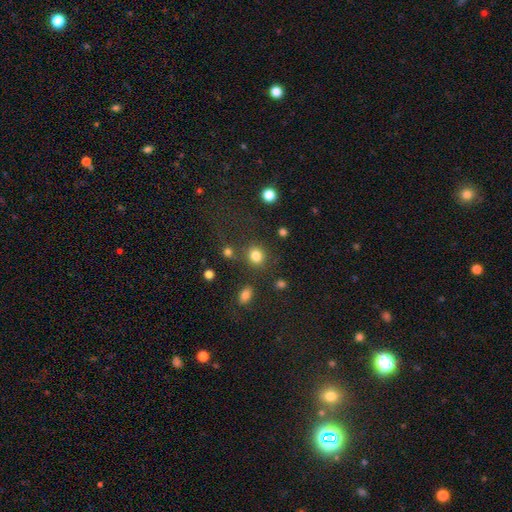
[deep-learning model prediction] Smooth or featured?
  - smooth: 82% *
  - star or artifact: 13%
  - featured or disk: 6%
How rounded?
  - round: 76% *
  - in between: 23%
  - cigar-shaped: 1%
Merging?
  - none: 75% *
  - minor disturbance: 11%
  - merger: 9%
  - major disturbance: 5%